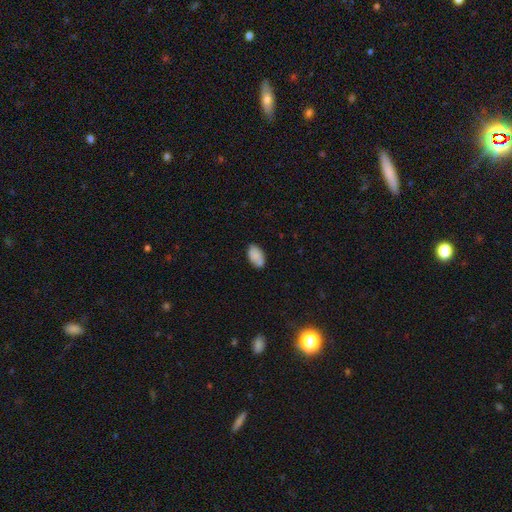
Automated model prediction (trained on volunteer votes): Overall: smooth (82%). How rounded: in between (93%). Merging: none (73%).